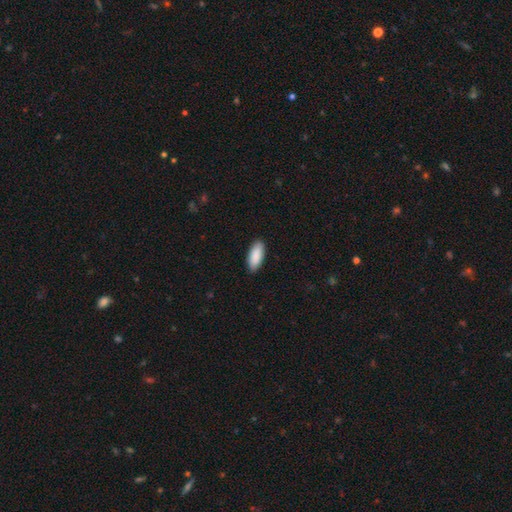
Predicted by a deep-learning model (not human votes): A smooth galaxy with no disk features (91%) that is in between round and cigar-shaped (84%). Merging: none (88%).